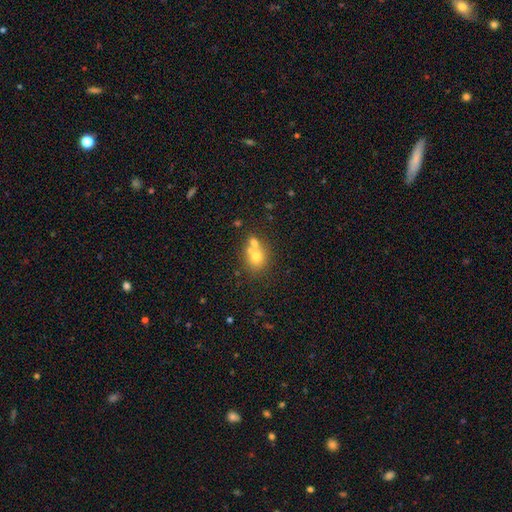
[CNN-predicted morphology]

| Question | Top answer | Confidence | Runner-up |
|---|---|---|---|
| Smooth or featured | smooth | 65% | featured or disk (20%) |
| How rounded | round | 72% | in between (27%) |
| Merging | merger | 45% | none (43%) |